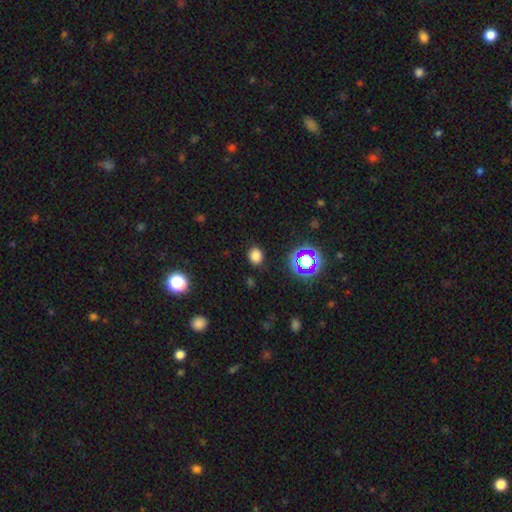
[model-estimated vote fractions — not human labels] smooth-or-featured: smooth: 76% | star or artifact: 19% | featured or disk: 5%
  how-rounded: round: 63% | in between: 36% | cigar-shaped: 1%
  merging: none: 86% | minor disturbance: 9% | major disturbance: 3% | merger: 1%